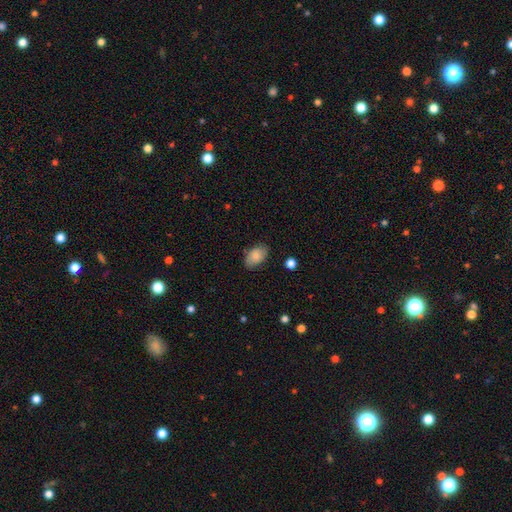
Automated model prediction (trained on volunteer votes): Smooth or featured? smooth (83%)
How rounded? in between (91%)
Merging? none (78%)